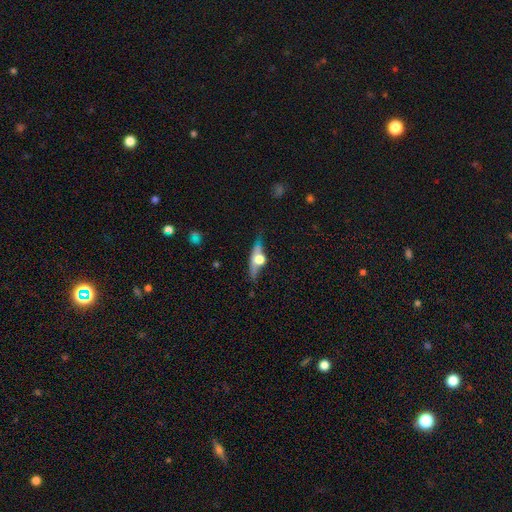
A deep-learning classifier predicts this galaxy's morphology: type=featured or disk (66%); edge-on=yes (89%); edge-on bulge=rounded (95%); merging=none (67%).